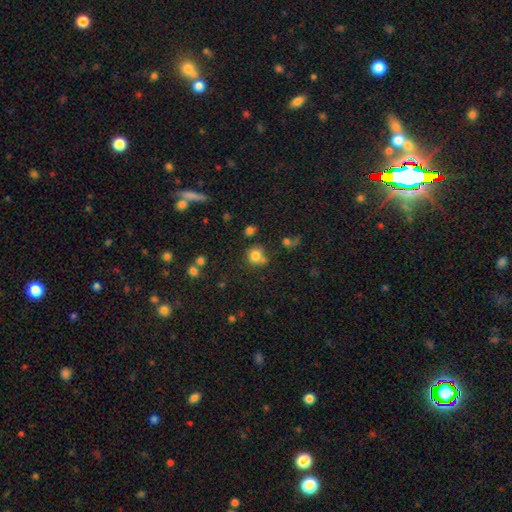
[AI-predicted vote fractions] Smooth or featured? smooth (79%)
How rounded? round (80%)
Merging? none (60%)